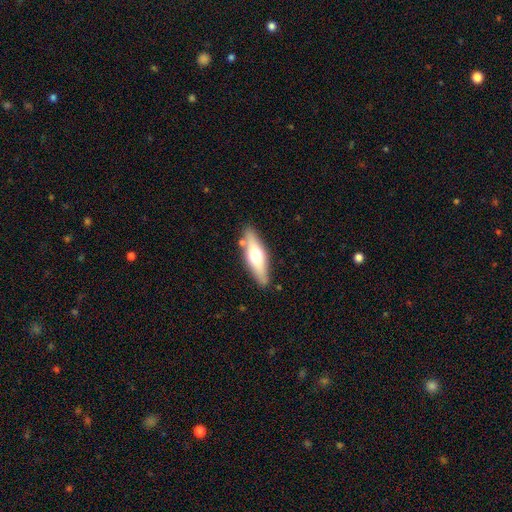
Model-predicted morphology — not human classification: smooth_or_featured: smooth (p=0.49) [alt: featured or disk p=0.46]
merging: none (p=0.82) [alt: minor disturbance p=0.12]